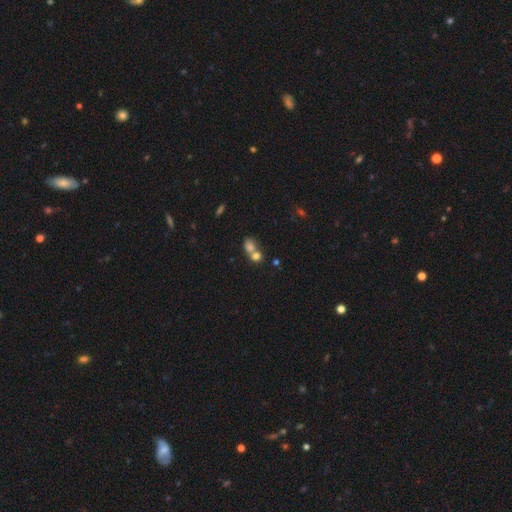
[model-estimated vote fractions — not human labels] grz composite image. It shows a smooth galaxy with no disk features (75%) that is round (67%). Merging: merger (62%).